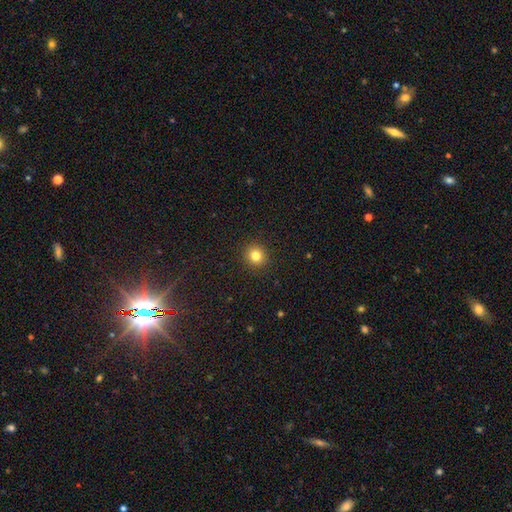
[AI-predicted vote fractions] A smooth galaxy with no disk features (82%) that is round (89%). Merging: none (92%).